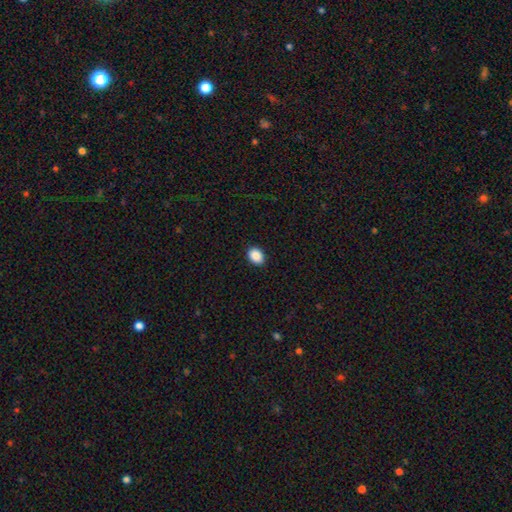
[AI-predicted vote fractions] Overall: smooth (89%). How rounded: in between (65%; round 34%). Merging: none (91%).